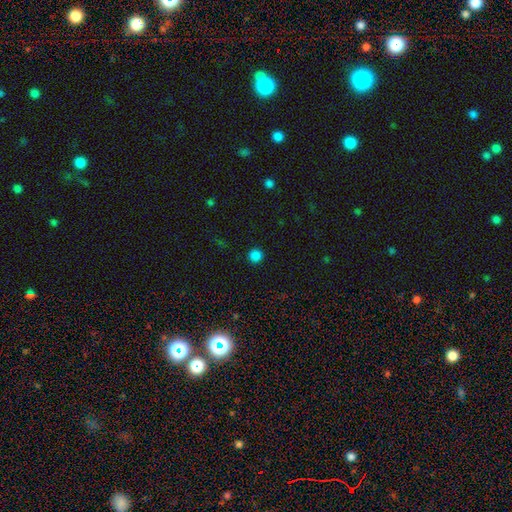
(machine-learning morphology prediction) This appears to be a smooth galaxy with no disk features (83%) that is round (95%). Merging: none (92%).